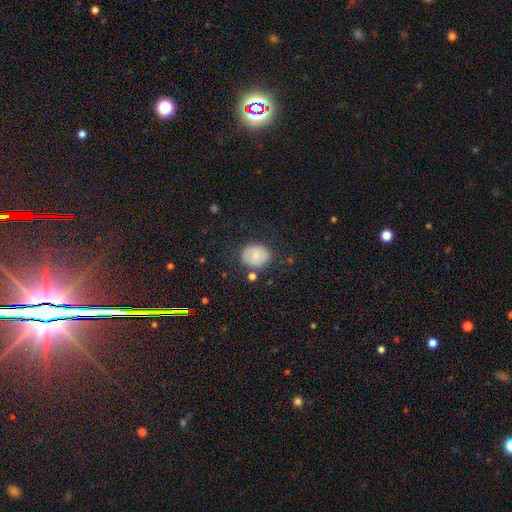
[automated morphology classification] Smooth or featured? smooth (77%)
How rounded? round (56%)
Merging? none (73%)